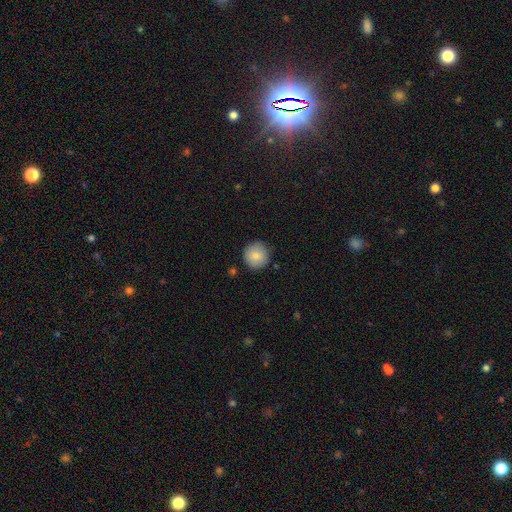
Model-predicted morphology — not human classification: This is clearly a smooth galaxy (84%). How rounded: clearly round (95%). Merging: clearly none (88%).